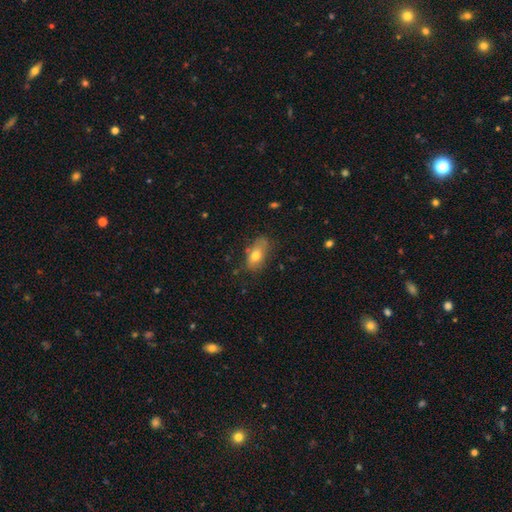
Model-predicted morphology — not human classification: The model was most divided on "merging": none: 64%, minor disturbance: 25%, major disturbance: 7%, merger: 3%. More confident: how rounded — in between (86%); smooth or featured — smooth (71%).